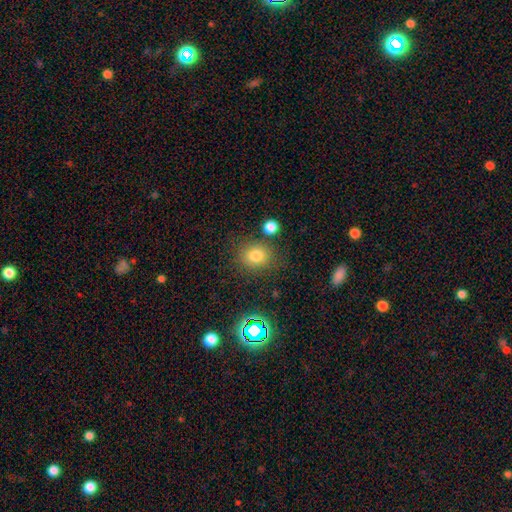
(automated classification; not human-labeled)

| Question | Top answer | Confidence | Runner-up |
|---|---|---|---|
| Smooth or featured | smooth | 77% | star or artifact (15%) |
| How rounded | round | 63% | in between (36%) |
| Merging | none | 76% | minor disturbance (13%) |